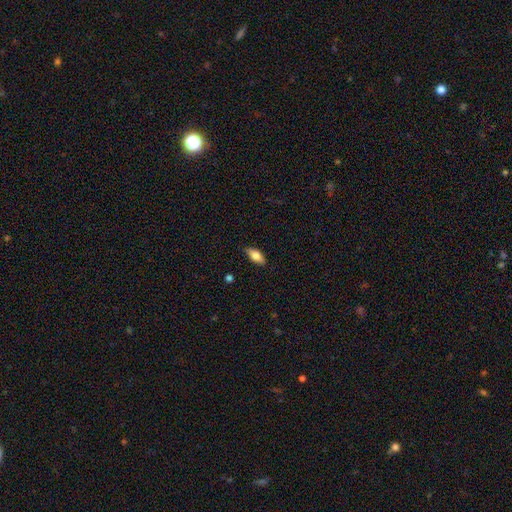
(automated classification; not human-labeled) A smooth galaxy with no disk features (69%) that is in between round and cigar-shaped (83%).

Vote fractions:
- Smooth or featured? smooth: 69% / featured or disk: 24% / star or artifact: 7%
- How rounded? in between: 83% / cigar-shaped: 14% / round: 3%
- Merging? none: 82% / minor disturbance: 14% / major disturbance: 2% / merger: 1%